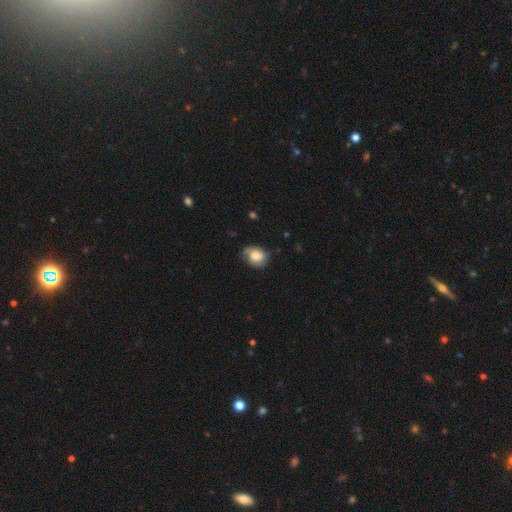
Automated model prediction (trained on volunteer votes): Smooth or featured? Predicted: smooth (p=0.63). How rounded? Predicted: in between (p=0.51). Merging? Predicted: none (p=0.67).